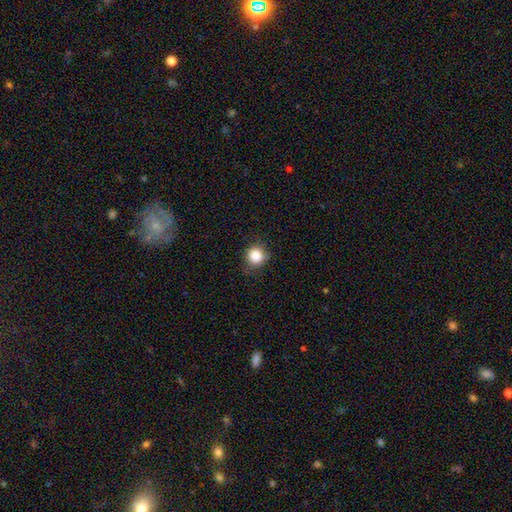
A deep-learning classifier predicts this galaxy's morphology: The model was most divided on "merging": none: 81%, minor disturbance: 14%, major disturbance: 4%, merger: 1%. More confident: how rounded — round (89%); smooth or featured — smooth (86%).